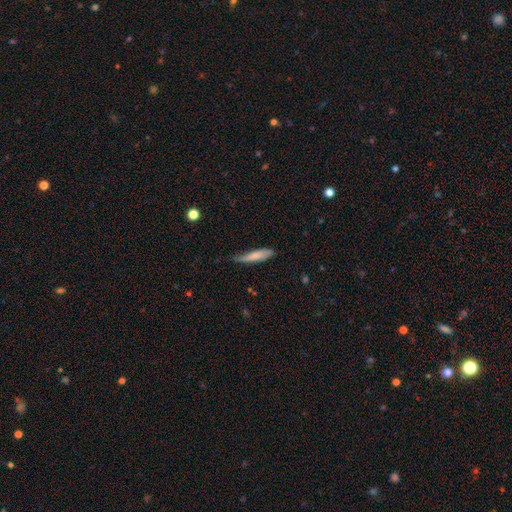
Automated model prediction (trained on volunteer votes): Smooth or featured?
  - smooth: 75% *
  - featured or disk: 19%
  - star or artifact: 6%
How rounded?
  - cigar-shaped: 81% *
  - in between: 18%
  - round: 1%
Merging?
  - none: 53% *
  - minor disturbance: 37%
  - major disturbance: 8%
  - merger: 2%